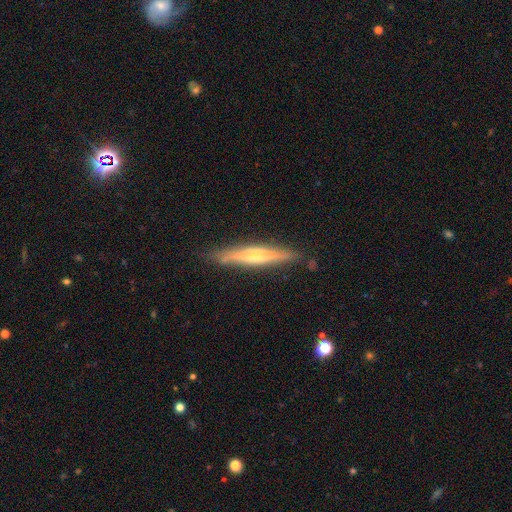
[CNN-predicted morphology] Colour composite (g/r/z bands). It shows a featured or disk galaxy (61%) viewed edge-on (94%) with a rounded central bulge (73%). Merging: none (84%).